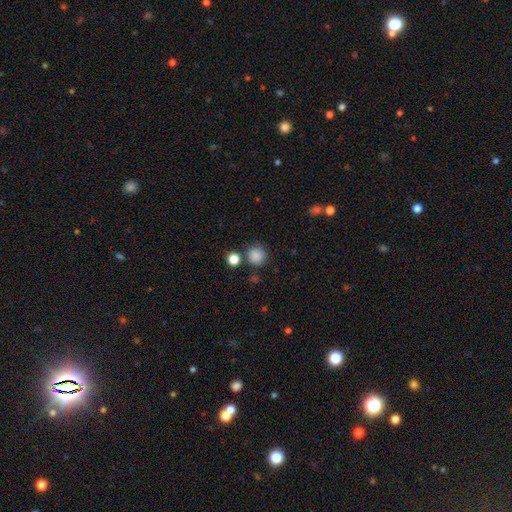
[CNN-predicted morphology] This appears to be a smooth galaxy with no disk features (85%) that is round (93%). Merging: none (80%).